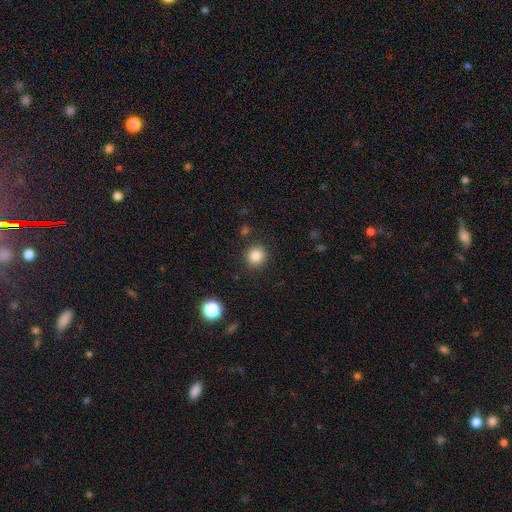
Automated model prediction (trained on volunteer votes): The model was most divided on "smooth or featured": smooth: 83%, star or artifact: 12%, featured or disk: 5%. More confident: how rounded — round (92%); merging — none (89%).